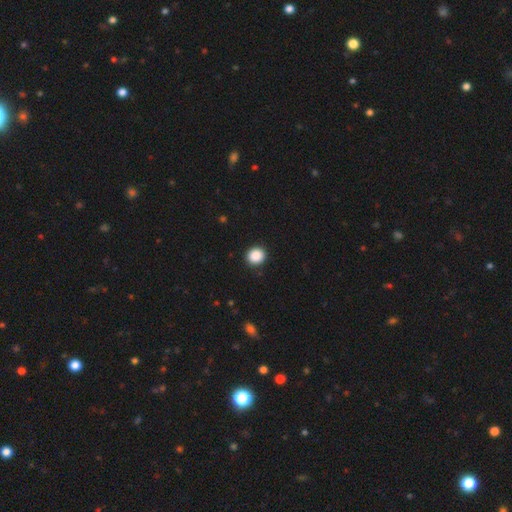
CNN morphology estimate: smooth 89%, star or artifact 9%, featured or disk 2%. Down the decision tree: how rounded — round (84%); merging — none (92%).